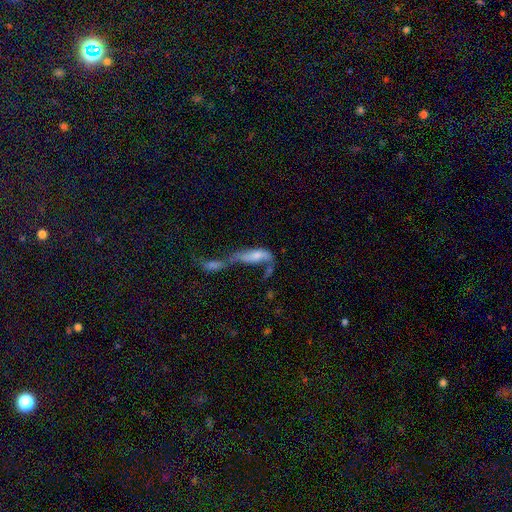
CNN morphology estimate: A smooth galaxy with no disk features (52%) that is in between round and cigar-shaped (56%).

Vote fractions:
- Smooth or featured? smooth: 52% / featured or disk: 39% / star or artifact: 9%
- How rounded? in between: 56% / cigar-shaped: 41% / round: 3%
- Merging? merger: 72% / major disturbance: 13% / none: 9% / minor disturbance: 6%